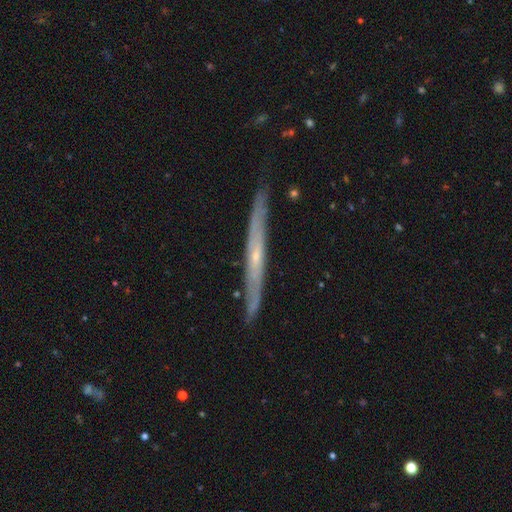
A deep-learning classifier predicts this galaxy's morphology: smooth-or-featured: featured or disk: 73% | smooth: 21% | star or artifact: 6%
  disk-edge-on: yes: 92% | no: 8%
    edge-on-bulge: none: 55% | rounded: 42% | boxy: 3%
  merging: none: 84% | minor disturbance: 13% | major disturbance: 2% | merger: 1%